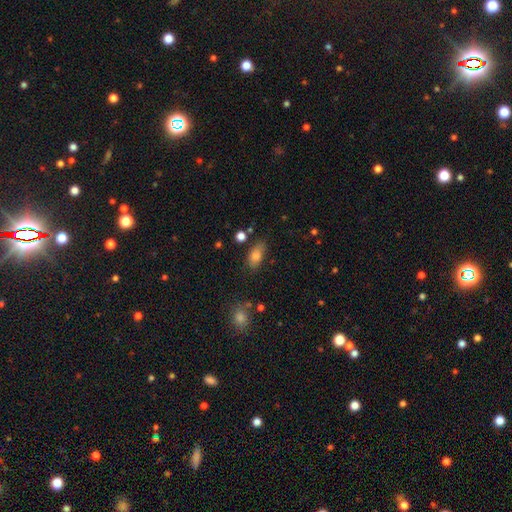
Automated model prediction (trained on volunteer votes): This appears to be a smooth galaxy with no disk features (80%) that is in between round and cigar-shaped (86%). Merging: none (74%).